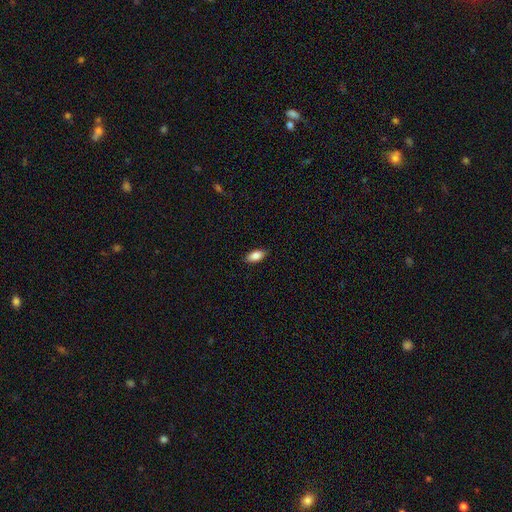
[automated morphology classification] A smooth galaxy with no disk features (86%) that is in between round and cigar-shaped (90%).

Vote fractions:
- Smooth or featured? smooth: 86% / star or artifact: 7% / featured or disk: 7%
- How rounded? in between: 90% / cigar-shaped: 7% / round: 3%
- Merging? none: 87% / minor disturbance: 10% / major disturbance: 2% / merger: 1%